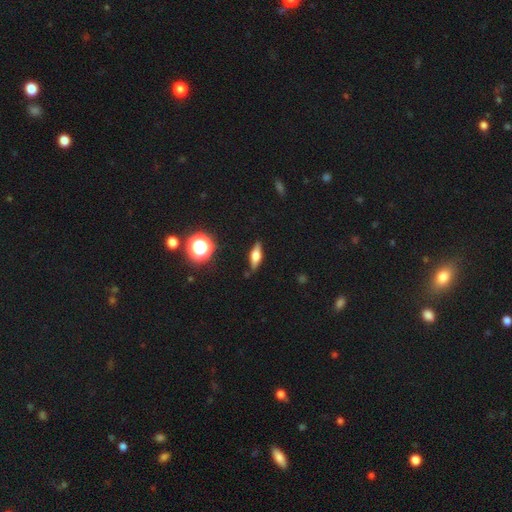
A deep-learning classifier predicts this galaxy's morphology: Smooth or featured? Predicted: featured or disk (p=0.49). Merging? Predicted: none (p=0.85).